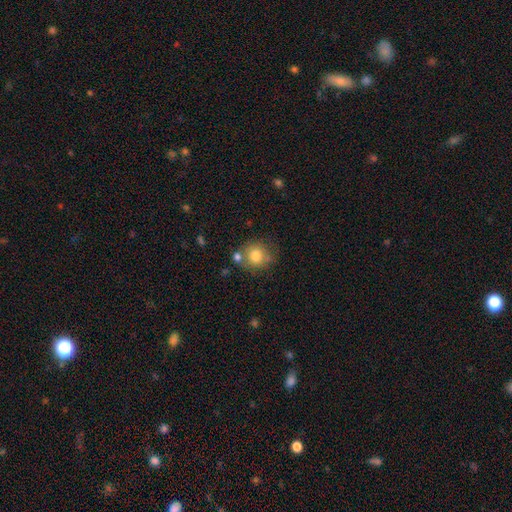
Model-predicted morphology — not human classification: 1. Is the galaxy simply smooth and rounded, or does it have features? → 77% smooth, 13% featured or disk, 10% star or artifact.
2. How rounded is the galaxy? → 85% round, 14% in between, 1% cigar-shaped.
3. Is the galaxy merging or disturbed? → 66% none, 16% merger, 14% minor disturbance, 4% major disturbance.